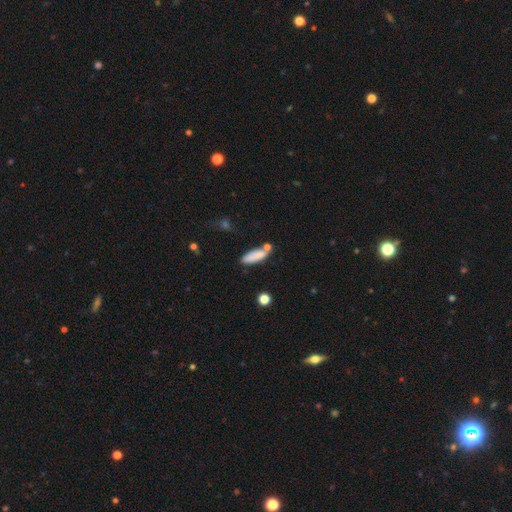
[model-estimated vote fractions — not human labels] Q: Smooth or featured?
A: smooth (84%); runner-up: featured or disk (9%)
Q: How rounded?
A: in between (52%); runner-up: cigar-shaped (46%)
Q: Merging?
A: none (67%); runner-up: minor disturbance (15%)